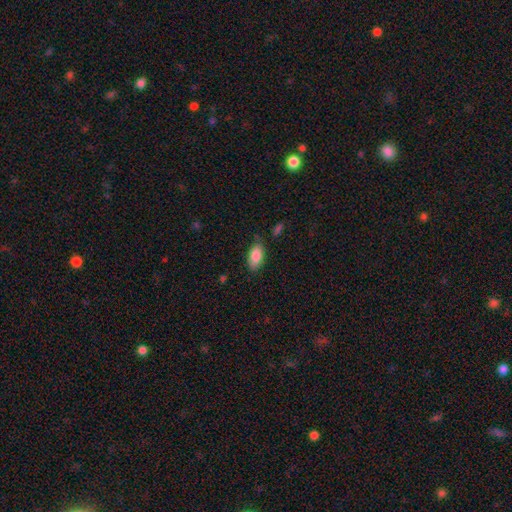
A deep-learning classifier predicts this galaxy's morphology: This is clearly a smooth galaxy (86%). How rounded: clearly in between (92%). Merging: likely none (79%).